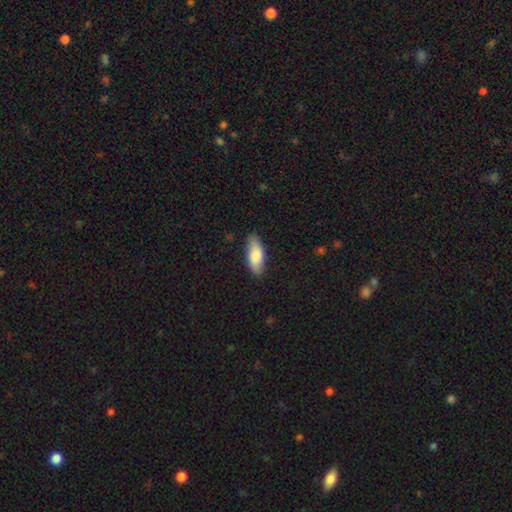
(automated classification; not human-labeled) smooth-or-featured: smooth: 81% | featured or disk: 13% | star or artifact: 6%
  how-rounded: in between: 78% | cigar-shaped: 20% | round: 2%
  merging: none: 83% | minor disturbance: 14% | major disturbance: 2% | merger: 1%